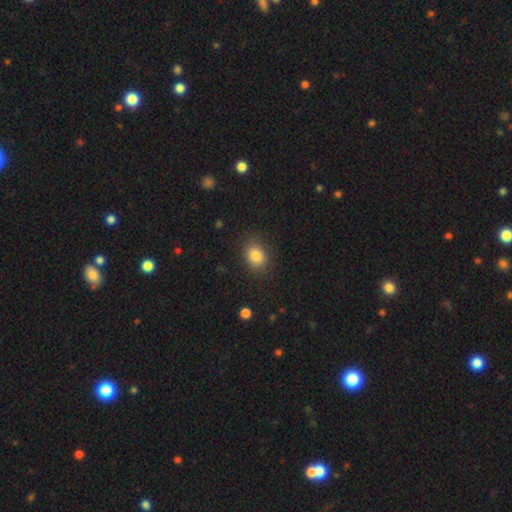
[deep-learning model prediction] Overall: smooth (84%). How rounded: in between (62%; round 37%). Merging: none (83%).